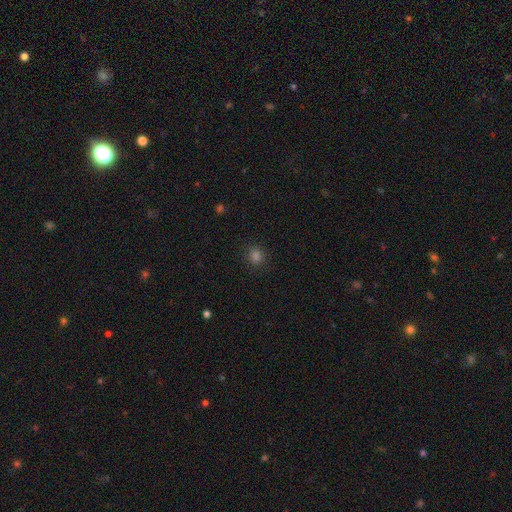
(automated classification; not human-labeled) Q: Smooth or featured?
A: smooth (79%); runner-up: star or artifact (17%)
Q: How rounded?
A: round (85%); runner-up: in between (14%)
Q: Merging?
A: none (90%); runner-up: minor disturbance (7%)